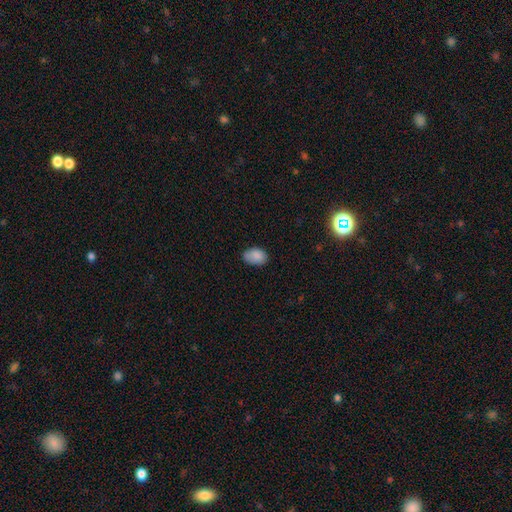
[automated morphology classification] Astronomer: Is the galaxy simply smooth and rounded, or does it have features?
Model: smooth — 87%.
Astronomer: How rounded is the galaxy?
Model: in between — 85%.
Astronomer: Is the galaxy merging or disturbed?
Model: none — 73%.